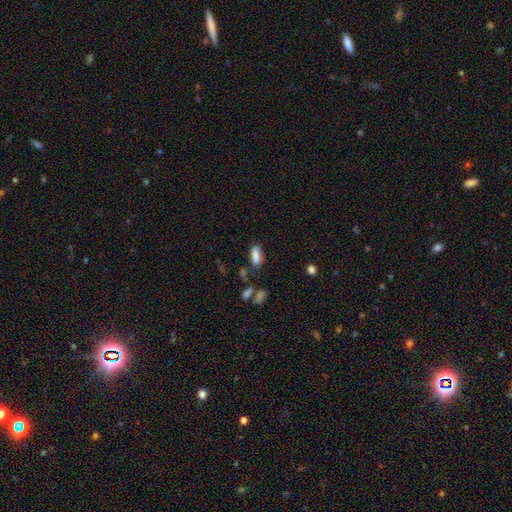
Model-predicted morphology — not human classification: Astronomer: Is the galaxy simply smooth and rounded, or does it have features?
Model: smooth — 84%.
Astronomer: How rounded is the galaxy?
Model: in between — 79%.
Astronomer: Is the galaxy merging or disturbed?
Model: none — 71%.